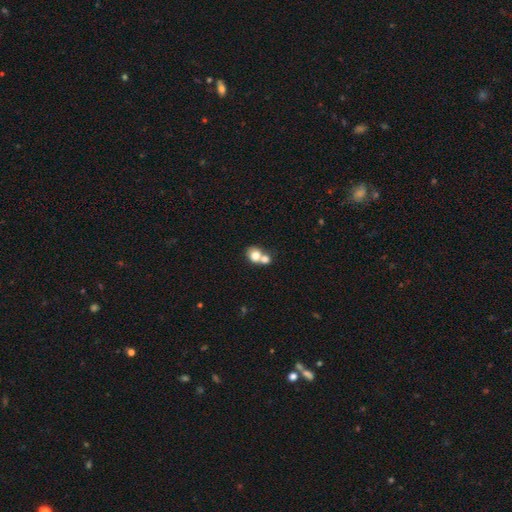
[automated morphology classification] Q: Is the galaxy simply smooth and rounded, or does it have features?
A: smooth — 76%.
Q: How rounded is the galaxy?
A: round — 66%.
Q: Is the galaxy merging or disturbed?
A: merger — 63%.